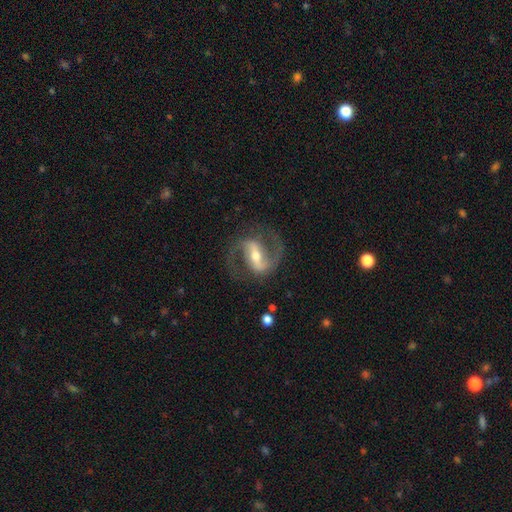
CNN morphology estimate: Q: Smooth or featured?
A: featured or disk (90%); runner-up: smooth (5%)
Q: Edge-on disk?
A: no (97%); runner-up: yes (3%)
Q: Bar?
A: strong (60%); runner-up: weak (30%)
Q: Spiral arms?
A: yes (97%); runner-up: no (3%)
Q: Spiral winding?
A: medium (61%); runner-up: loose (23%)
Q: Spiral arm count?
A: 2 (93%); runner-up: can't tell (2%)
Q: Bulge size?
A: moderate (56%); runner-up: small (37%)
Q: Merging?
A: none (79%); runner-up: minor disturbance (12%)